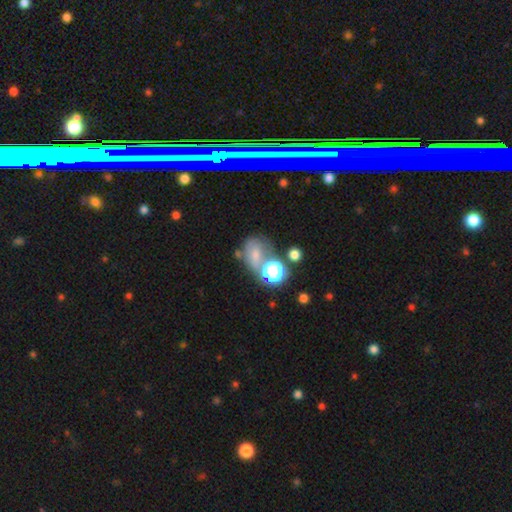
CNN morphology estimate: This appears to be a smooth galaxy with no disk features (55%) that is round (50%). Merging: none (37%).